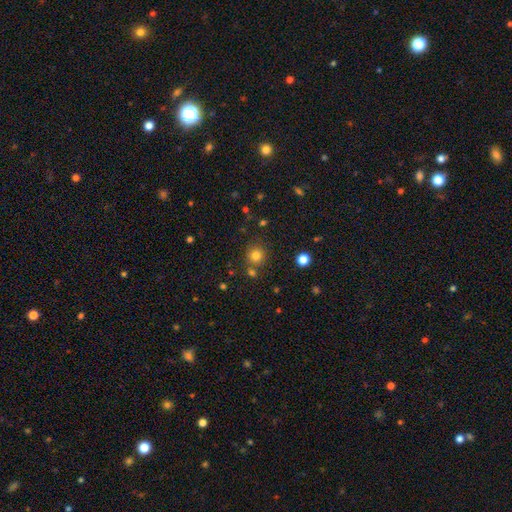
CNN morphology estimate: Smooth or featured?
  - smooth: 80% *
  - star or artifact: 14%
  - featured or disk: 6%
How rounded?
  - round: 90% *
  - in between: 9%
  - cigar-shaped: 1%
Merging?
  - none: 77% *
  - merger: 11%
  - minor disturbance: 9%
  - major disturbance: 3%